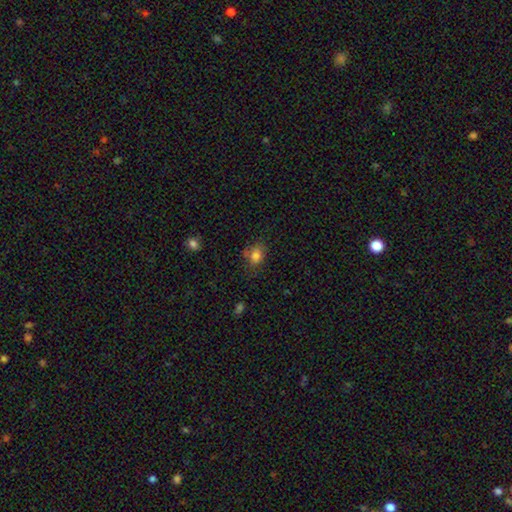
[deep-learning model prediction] smooth 80%, star or artifact 12%, featured or disk 8%. Down the decision tree: how rounded — in between (59%); merging — none (64%).